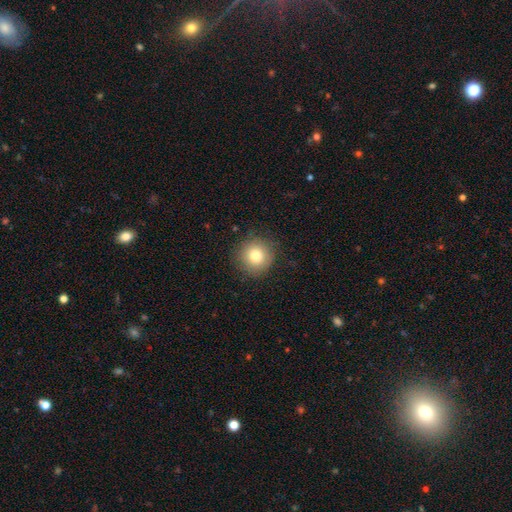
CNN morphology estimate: A smooth galaxy with no disk features (80%) that is round (94%). Merging: none (87%).